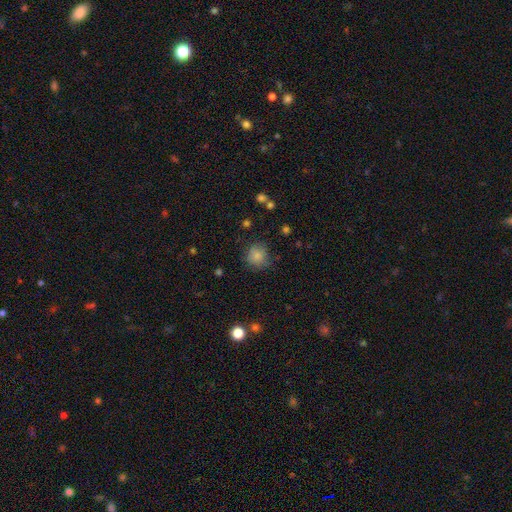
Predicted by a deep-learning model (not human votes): This is likely a smooth galaxy (74%). How rounded: clearly round (89%). Merging: likely none (79%).